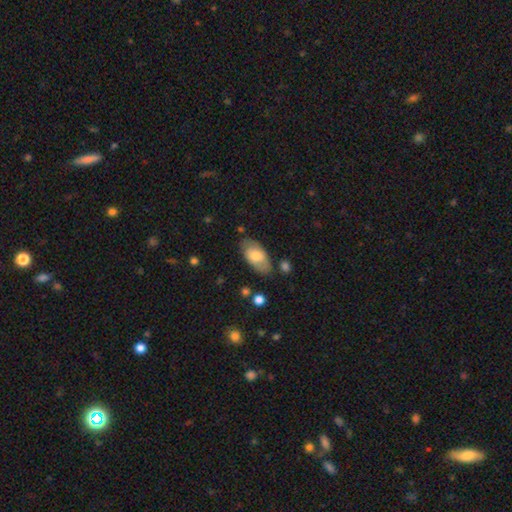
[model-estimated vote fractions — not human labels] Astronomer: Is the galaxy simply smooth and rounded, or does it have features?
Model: smooth — 71%.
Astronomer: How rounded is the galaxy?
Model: in between — 93%.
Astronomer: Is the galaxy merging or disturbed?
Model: none — 75%.